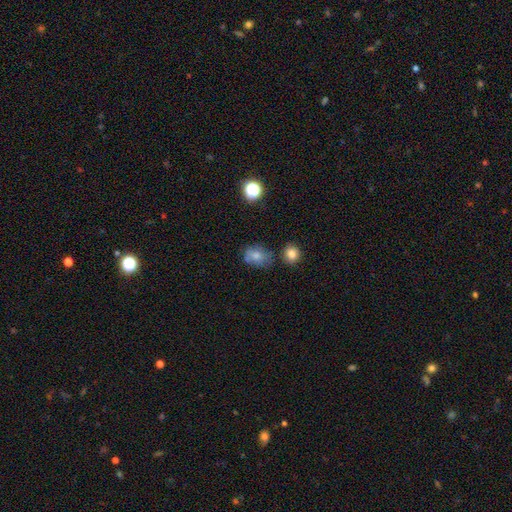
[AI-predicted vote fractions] The model was most divided on "how rounded": in between: 57%, round: 41%, cigar-shaped: 1%. More confident: smooth or featured — smooth (73%); merging — none (60%).